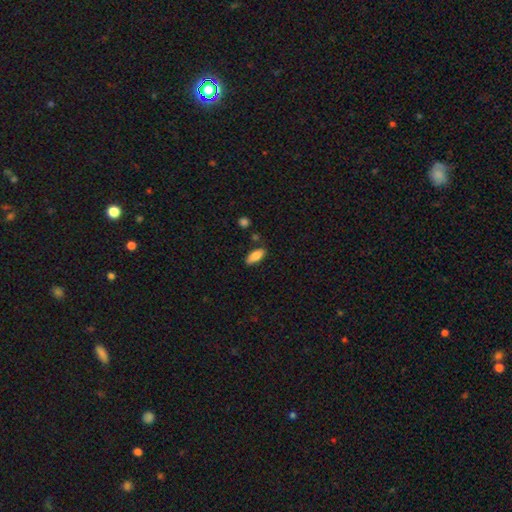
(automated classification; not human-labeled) This appears to be a smooth galaxy with no disk features (83%) that is in between round and cigar-shaped (80%). Merging: none (83%).